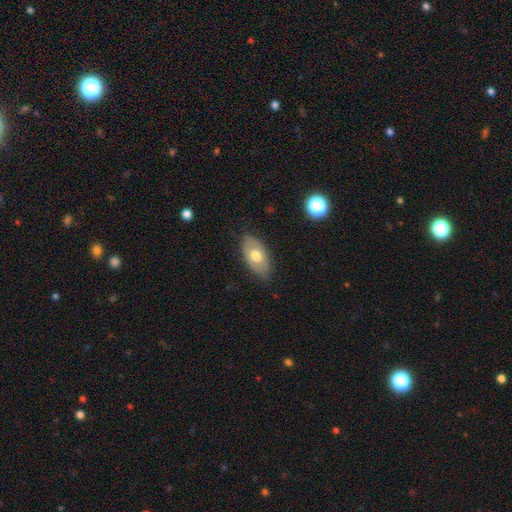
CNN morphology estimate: This appears to be a smooth galaxy with no disk features (63%) that is in between round and cigar-shaped (92%). Merging: none (80%).